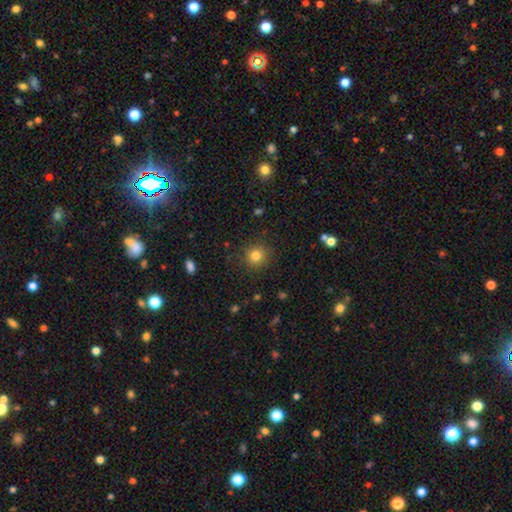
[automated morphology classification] smooth-or-featured: smooth: 82% | star or artifact: 12% | featured or disk: 6%
  how-rounded: round: 90% | in between: 9% | cigar-shaped: 1%
  merging: none: 88% | minor disturbance: 8% | major disturbance: 3% | merger: 1%